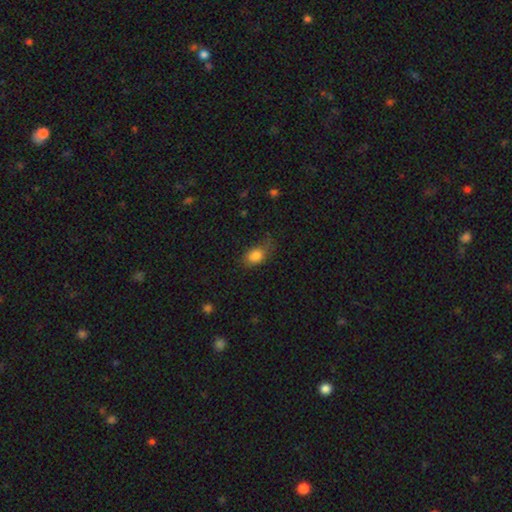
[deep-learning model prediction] Q: Smooth or featured?
A: smooth (84%); runner-up: star or artifact (9%)
Q: How rounded?
A: in between (76%); runner-up: round (22%)
Q: Merging?
A: none (60%); runner-up: minor disturbance (29%)